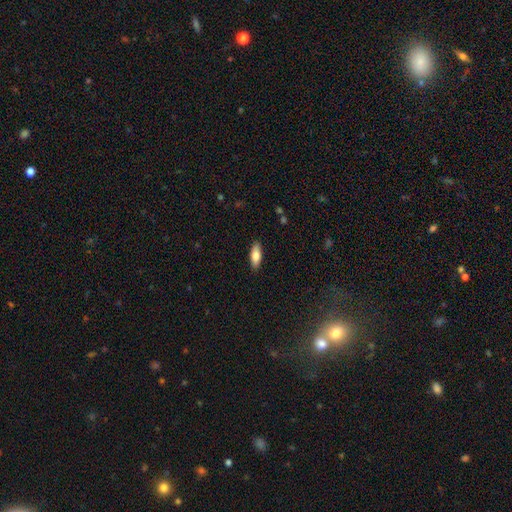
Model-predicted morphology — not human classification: A smooth galaxy with no disk features (79%) that is in between round and cigar-shaped (72%).

Vote fractions:
- Smooth or featured? smooth: 79% / featured or disk: 14% / star or artifact: 6%
- How rounded? in between: 72% / cigar-shaped: 26% / round: 2%
- Merging? none: 88% / minor disturbance: 9% / major disturbance: 2% / merger: 1%